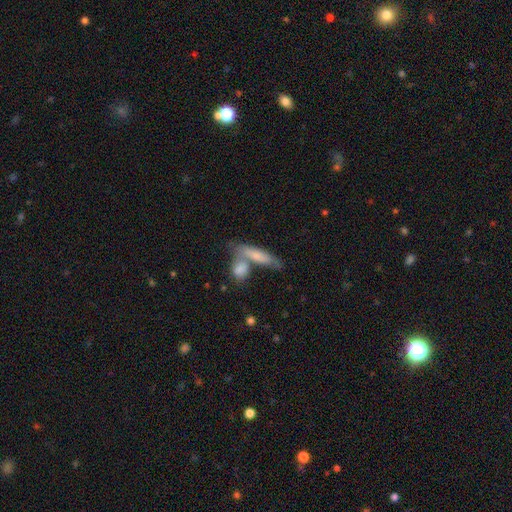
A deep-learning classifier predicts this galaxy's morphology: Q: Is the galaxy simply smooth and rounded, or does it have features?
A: smooth — 69%.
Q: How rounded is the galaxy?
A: cigar-shaped — 58%.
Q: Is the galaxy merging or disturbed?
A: merger — 42%.